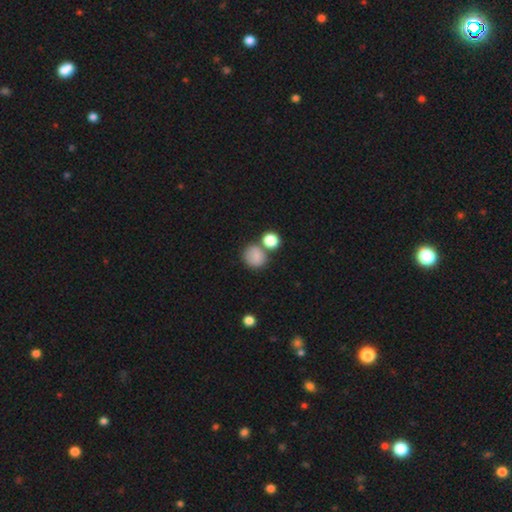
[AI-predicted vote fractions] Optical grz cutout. It shows a smooth galaxy with no disk features (82%) that is round (84%). Merging: none (62%).